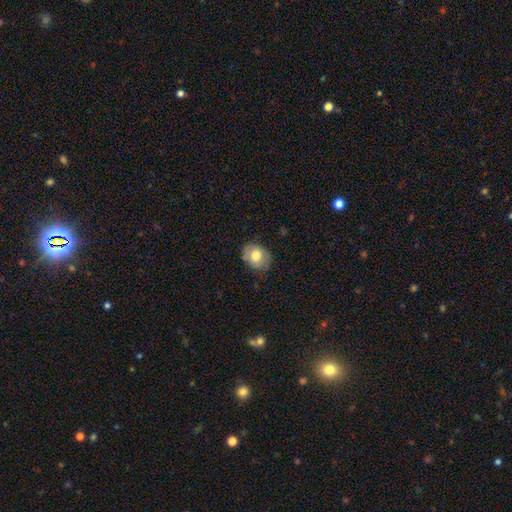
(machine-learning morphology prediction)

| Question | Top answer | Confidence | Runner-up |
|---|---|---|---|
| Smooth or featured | smooth | 73% | featured or disk (19%) |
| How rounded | in between | 57% | round (42%) |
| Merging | none | 77% | minor disturbance (17%) |